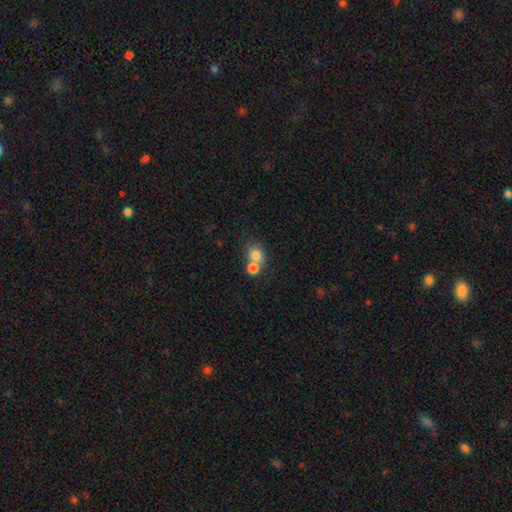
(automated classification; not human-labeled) Smooth or featured? Predicted: smooth (p=0.78). How rounded? Predicted: round (p=0.72). Merging? Predicted: merger (p=0.49).